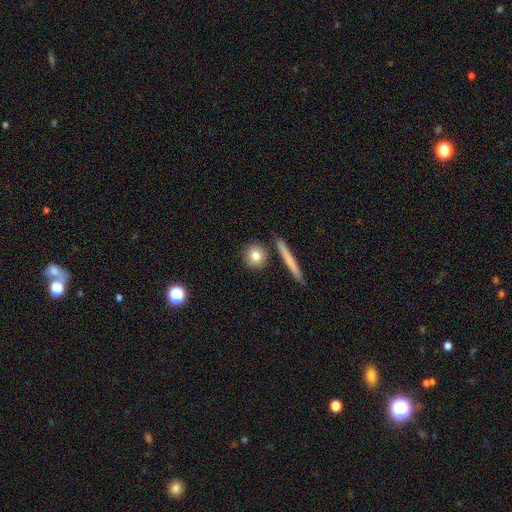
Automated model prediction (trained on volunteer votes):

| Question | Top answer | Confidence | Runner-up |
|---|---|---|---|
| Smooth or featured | smooth | 79% | featured or disk (14%) |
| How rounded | round | 83% | in between (11%) |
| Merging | none | 82% | minor disturbance (9%) |